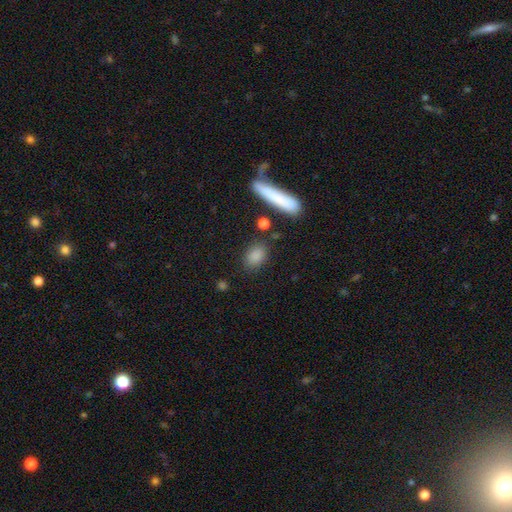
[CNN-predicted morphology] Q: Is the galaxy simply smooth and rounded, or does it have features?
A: smooth — 85%.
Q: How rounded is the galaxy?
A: in between — 76%.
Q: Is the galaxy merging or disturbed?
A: none — 81%.